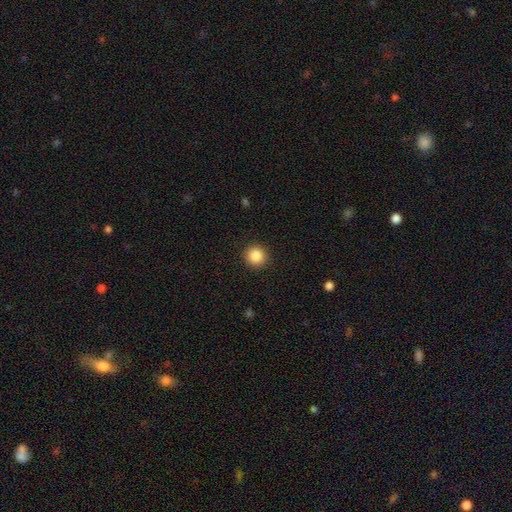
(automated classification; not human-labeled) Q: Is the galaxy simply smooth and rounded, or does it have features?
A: smooth — 86%.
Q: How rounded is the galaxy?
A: round — 94%.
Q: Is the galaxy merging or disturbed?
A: none — 92%.